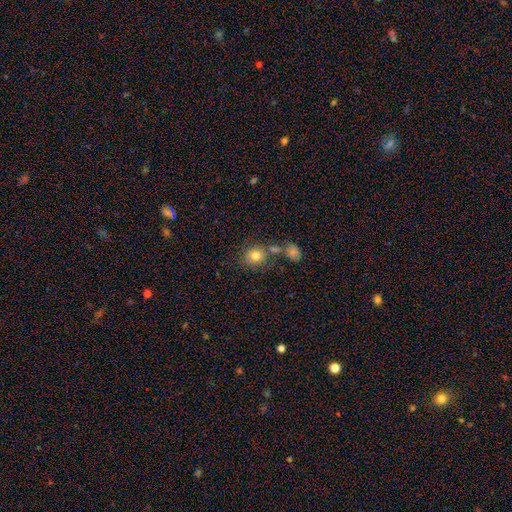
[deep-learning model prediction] This is likely a smooth galaxy (79%). How rounded: clearly round (81%). Merging: likely none (63%).